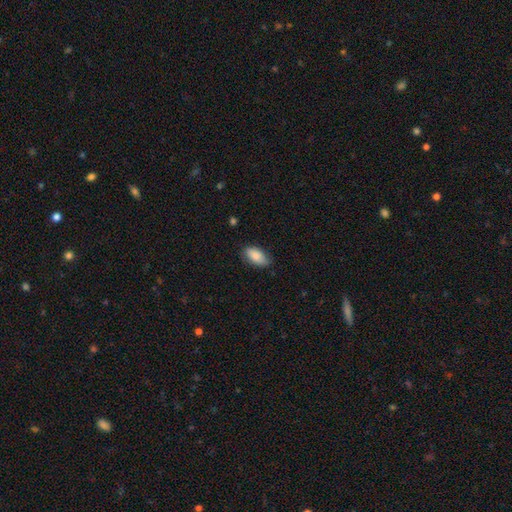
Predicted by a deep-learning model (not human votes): A smooth galaxy with no disk features (86%) that is in between round and cigar-shaped (93%).

Vote fractions:
- Smooth or featured? smooth: 86% / featured or disk: 7% / star or artifact: 6%
- How rounded? in between: 93% / cigar-shaped: 4% / round: 3%
- Merging? none: 77% / minor disturbance: 19% / major disturbance: 3% / merger: 1%